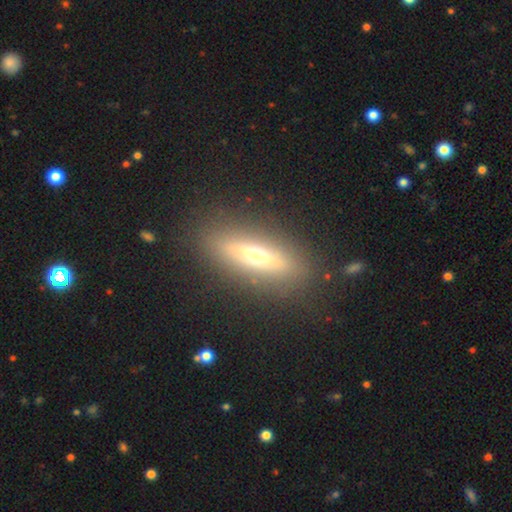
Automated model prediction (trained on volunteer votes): smooth-or-featured: featured or disk: 53% | smooth: 37% | star or artifact: 10%
  disk-edge-on: yes: 83% | no: 17%
  merging: none: 85% | minor disturbance: 9% | major disturbance: 4% | merger: 2%